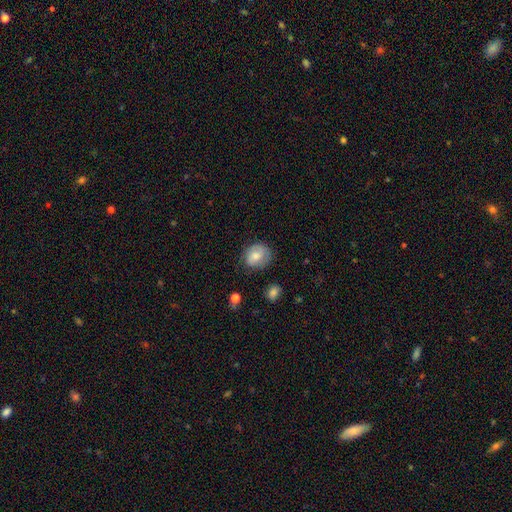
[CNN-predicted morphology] This is likely a smooth galaxy (67%). How rounded: possibly round (56%). Merging: likely none (66%).